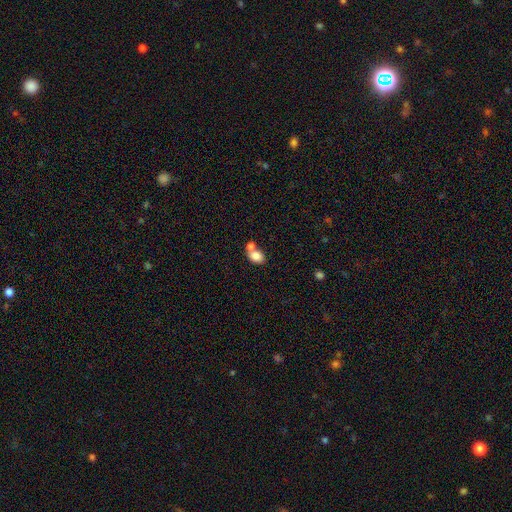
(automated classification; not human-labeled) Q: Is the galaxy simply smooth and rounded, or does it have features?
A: smooth — 82%.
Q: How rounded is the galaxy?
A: in between — 67%.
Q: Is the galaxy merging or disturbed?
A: merger — 50%.